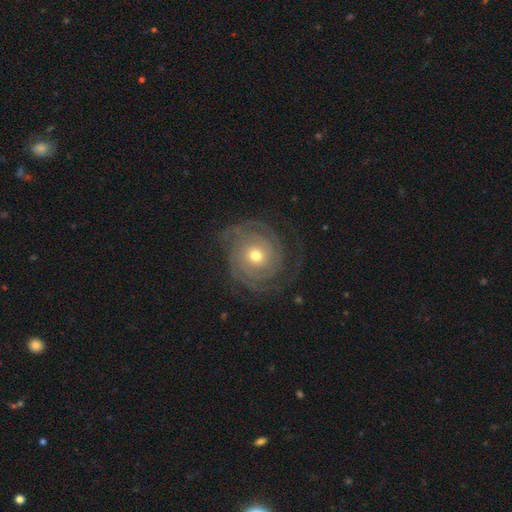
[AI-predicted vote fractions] This appears to be a featured or disk galaxy (83%) with no bar (77%), 2 (32%) tight (72%) spiral arms (94%) and a moderate central bulge (63%). Merging: none (73%).